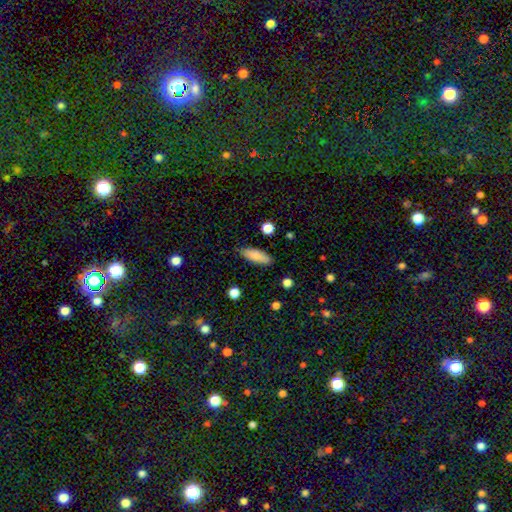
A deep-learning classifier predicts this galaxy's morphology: The model was most divided on "how rounded": in between: 56%, cigar-shaped: 41%, round: 2%. More confident: smooth or featured — smooth (85%); merging — none (84%).